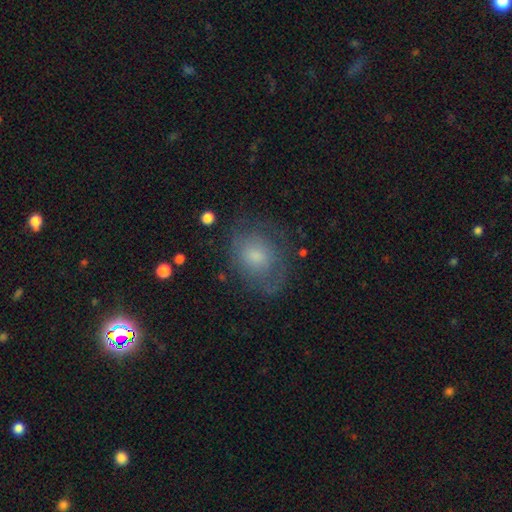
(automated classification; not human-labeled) Q: Smooth or featured?
A: smooth (51%); runner-up: featured or disk (39%)
Q: How rounded?
A: in between (52%); runner-up: round (47%)
Q: Merging?
A: none (62%); runner-up: minor disturbance (22%)